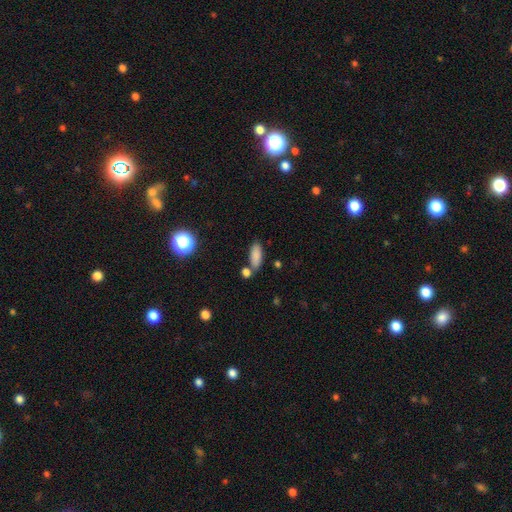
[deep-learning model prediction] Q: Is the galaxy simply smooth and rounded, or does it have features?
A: smooth — 84%.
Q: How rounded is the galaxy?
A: in between — 77%.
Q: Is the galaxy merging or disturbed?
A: none — 68%.